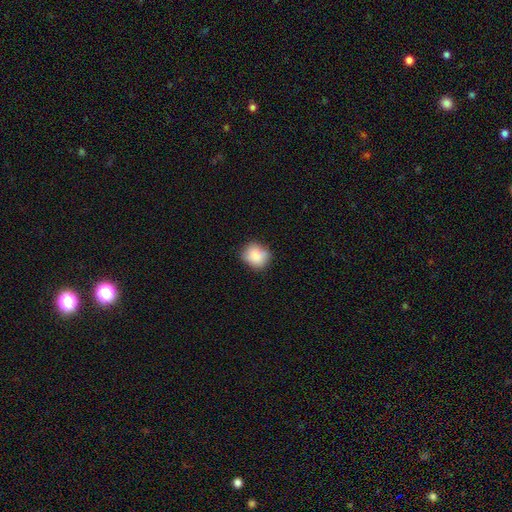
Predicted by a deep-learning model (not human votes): This is clearly a smooth galaxy (85%). How rounded: likely round (77%). Merging: likely none (77%).